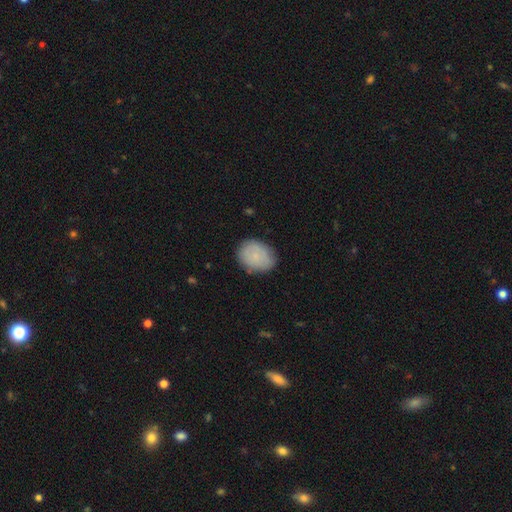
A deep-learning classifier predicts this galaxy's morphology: smooth-or-featured: smooth: 79% | featured or disk: 15% | star or artifact: 7%
  how-rounded: in between: 59% | round: 40% | cigar-shaped: 1%
  merging: none: 81% | minor disturbance: 15% | major disturbance: 3% | merger: 1%